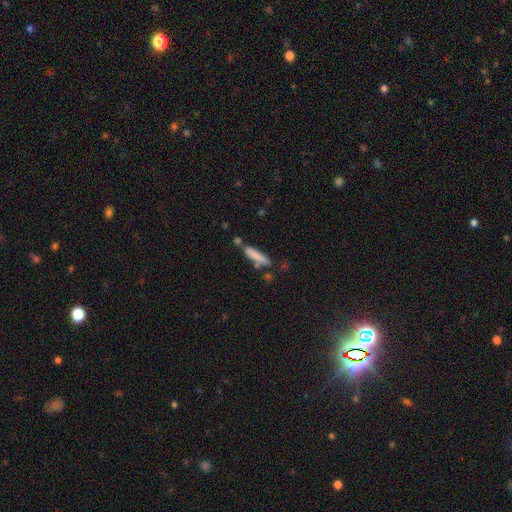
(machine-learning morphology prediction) Smooth or featured: smooth — 79% (featured or disk — 15%)
How rounded: cigar-shaped — 87% (in between — 11%)
Merging: none — 69% (minor disturbance — 16%)